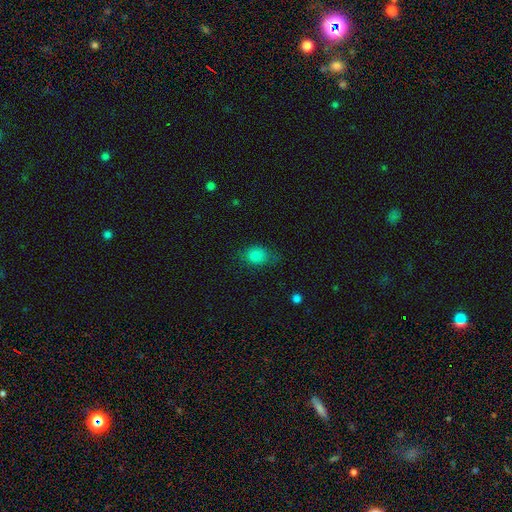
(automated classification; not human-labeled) Morphology: type=smooth (82%); roundness=in between (53%); merging=none (61%).